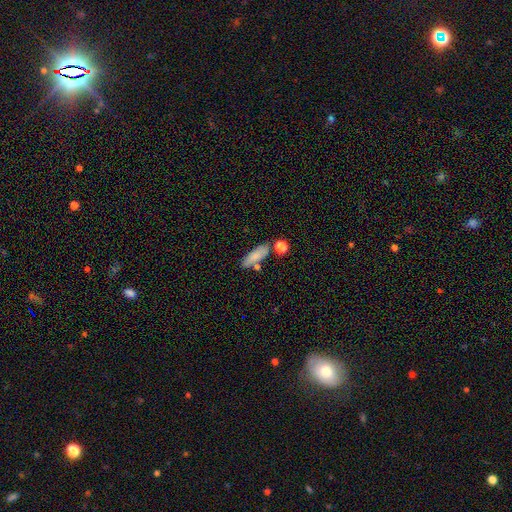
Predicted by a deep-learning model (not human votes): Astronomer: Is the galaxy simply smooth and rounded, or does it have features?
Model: smooth — 80%.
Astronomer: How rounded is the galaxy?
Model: in between — 60% (runner-up: cigar-shaped, 36%).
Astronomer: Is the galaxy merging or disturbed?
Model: none — 69%.